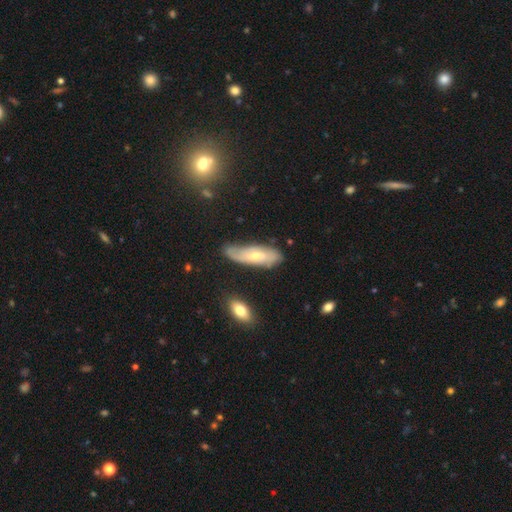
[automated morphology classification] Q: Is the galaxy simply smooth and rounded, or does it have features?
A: featured or disk — 54%.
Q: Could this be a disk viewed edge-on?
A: no — 76%.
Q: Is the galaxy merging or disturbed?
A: none — 59%.